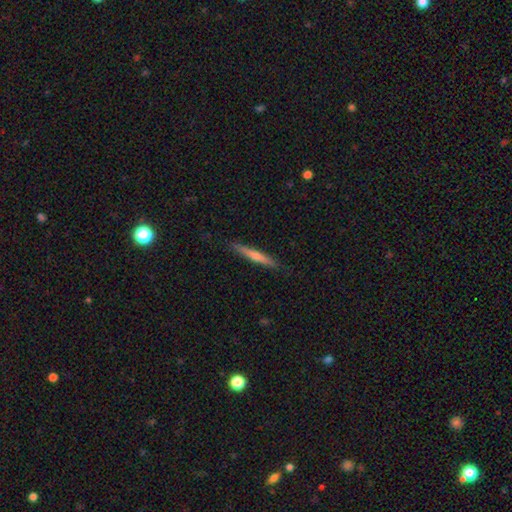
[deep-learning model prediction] smooth-or-featured: smooth: 47% (tied) | featured or disk: 47% (tied) | star or artifact: 6%
  merging: none: 89% | minor disturbance: 9% | major disturbance: 2% | merger: 1%